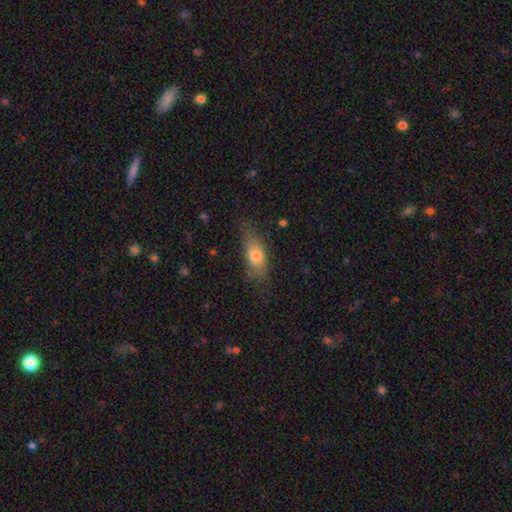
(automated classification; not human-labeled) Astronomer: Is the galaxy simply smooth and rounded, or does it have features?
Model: smooth — 74%.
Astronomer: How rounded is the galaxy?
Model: in between — 75%.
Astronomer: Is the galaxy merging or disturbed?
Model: none — 63%.